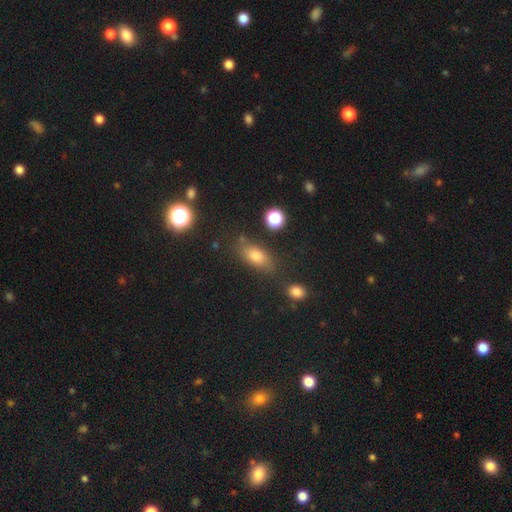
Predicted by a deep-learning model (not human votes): A smooth galaxy with no disk features (68%) that is in between round and cigar-shaped (73%).

Vote fractions:
- Smooth or featured? smooth: 68% / star or artifact: 19% / featured or disk: 12%
- How rounded? in between: 73% / round: 14% / cigar-shaped: 13%
- Merging? none: 76% / minor disturbance: 14% / merger: 5% / major disturbance: 5%